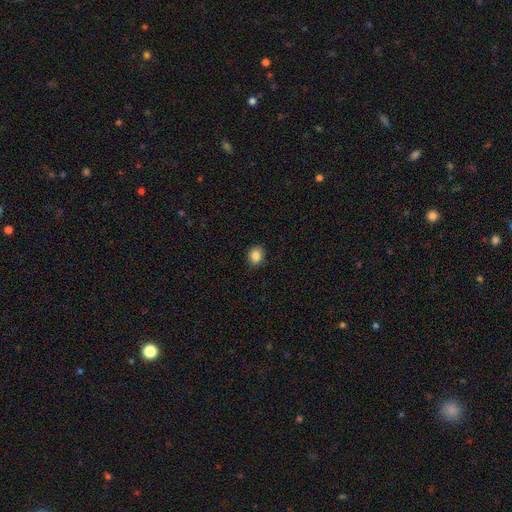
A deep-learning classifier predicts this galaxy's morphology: This appears to be a smooth galaxy with no disk features (86%) that is round (57%). Merging: none (88%).